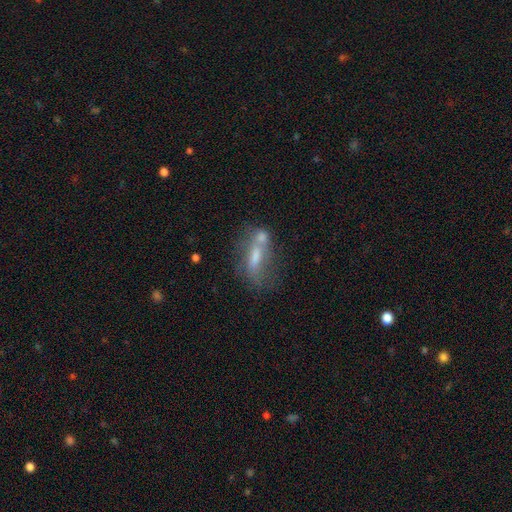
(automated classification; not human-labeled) smooth_or_featured: smooth (p=0.46) [alt: featured or disk p=0.41]
merging: none (p=0.35) [alt: merger p=0.33]